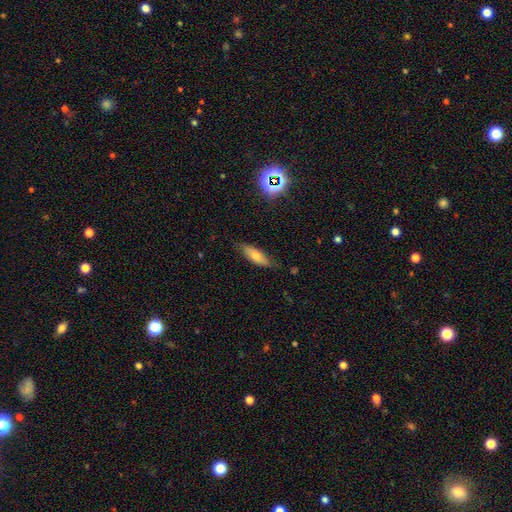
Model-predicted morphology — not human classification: This appears to be a smooth galaxy with no disk features (66%) that is in between round and cigar-shaped (60%). Merging: none (74%).